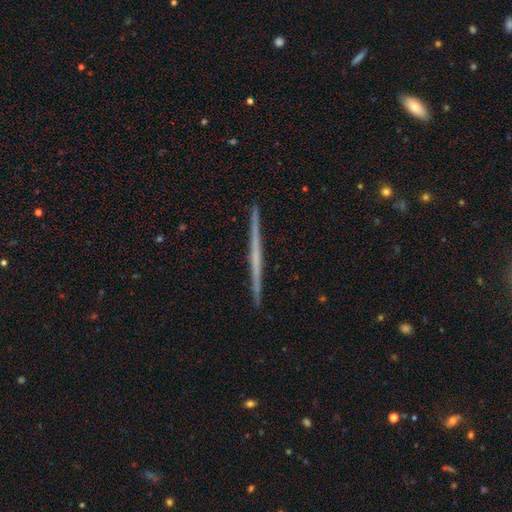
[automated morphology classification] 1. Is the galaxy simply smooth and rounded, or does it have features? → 66% featured or disk, 29% smooth, 5% star or artifact.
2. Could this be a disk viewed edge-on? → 98% yes, 2% no.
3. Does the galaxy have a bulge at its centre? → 85% none, 10% rounded, 4% boxy.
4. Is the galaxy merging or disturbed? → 93% none, 5% minor disturbance, 1% merger, 1% major disturbance.